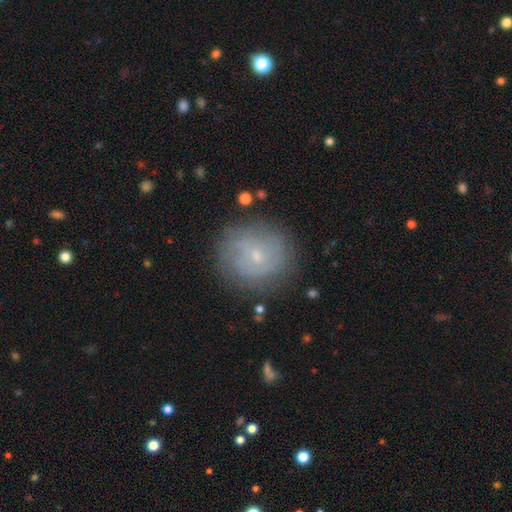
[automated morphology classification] The model was most divided on "bar": no: 62%, weak: 33%, strong: 5%. More confident: edge-on disk — no (97%); merging — none (80%); spiral arms — yes (79%); bulge size — small (77%); smooth or featured — featured or disk (61%).